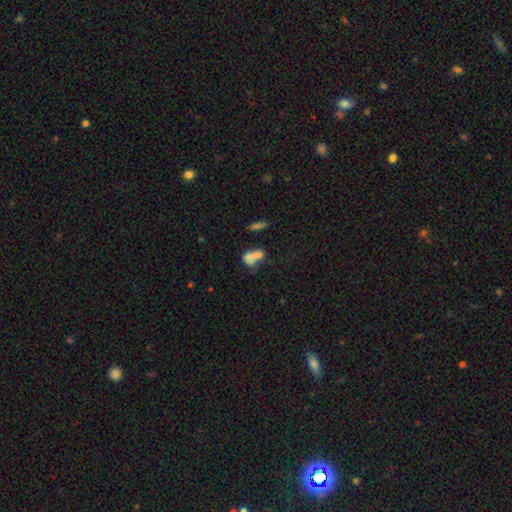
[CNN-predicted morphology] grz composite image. It shows a smooth galaxy with no disk features (68%) that is in between round and cigar-shaped (72%). Merging: none (34%).